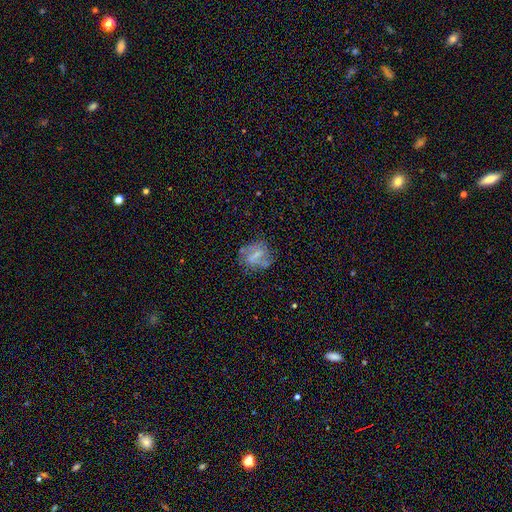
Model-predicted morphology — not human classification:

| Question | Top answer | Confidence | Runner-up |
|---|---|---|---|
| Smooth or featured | featured or disk | 55% | smooth (33%) |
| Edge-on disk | no | 96% | yes (4%) |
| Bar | weak | 40% | strong (37%) |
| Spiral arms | yes | 58% | no (42%) |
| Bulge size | none | 38% | small (33%) |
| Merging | none | 57% | minor disturbance (23%) |